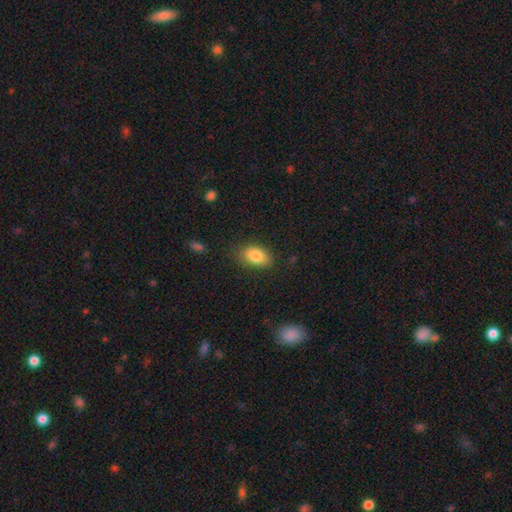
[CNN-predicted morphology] smooth 83%, featured or disk 8%, star or artifact 8%. Down the decision tree: how rounded — in between (88%); merging — none (79%).